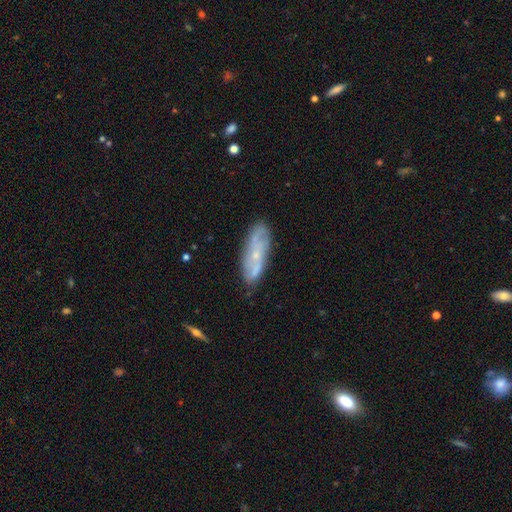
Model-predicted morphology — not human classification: This is likely a featured or disk galaxy (61%). It is likely not viewed edge-on (78%). Merging: likely none (75%).